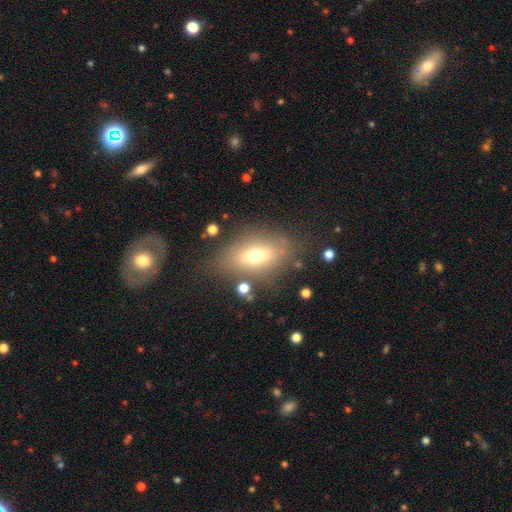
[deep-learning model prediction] Overall: smooth (66%). How rounded: in between (79%). Merging: none (73%).